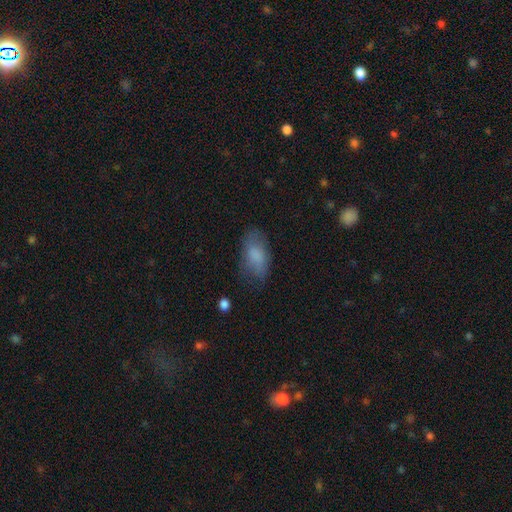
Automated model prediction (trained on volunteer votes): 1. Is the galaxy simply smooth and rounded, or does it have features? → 80% smooth, 13% featured or disk, 7% star or artifact.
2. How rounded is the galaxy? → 91% in between, 5% cigar-shaped, 4% round.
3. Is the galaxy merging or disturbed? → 68% none, 22% minor disturbance, 8% major disturbance, 2% merger.